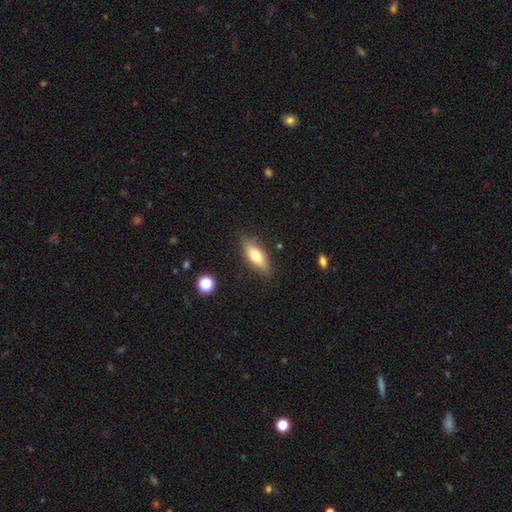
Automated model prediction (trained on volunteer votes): Smooth or featured? Predicted: smooth (p=0.69). How rounded? Predicted: in between (p=0.71). Merging? Predicted: none (p=0.82).